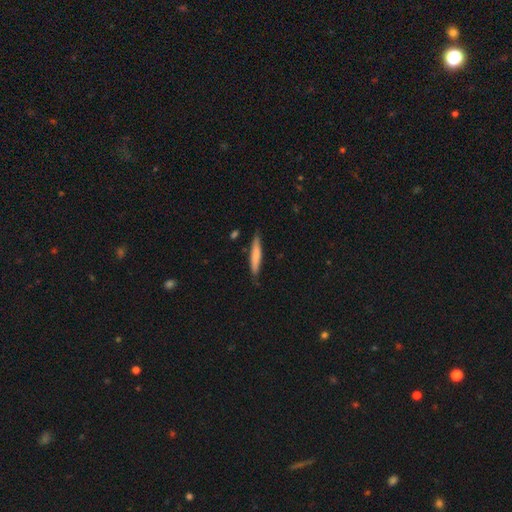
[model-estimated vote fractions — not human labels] Overall: smooth (75%). How rounded: cigar-shaped (91%). Merging: none (82%).